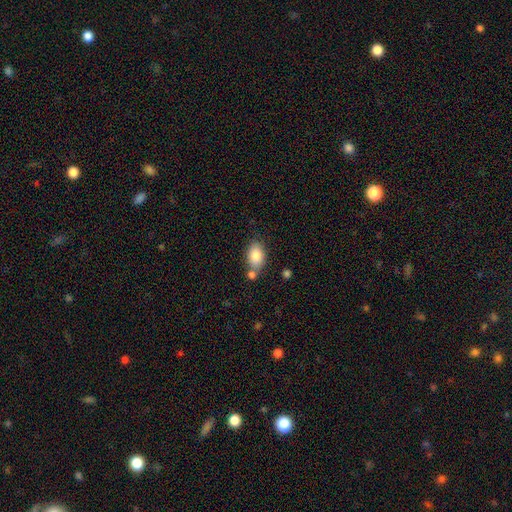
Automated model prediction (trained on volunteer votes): Overall: smooth (83%). How rounded: in between (88%). Merging: none (65%).